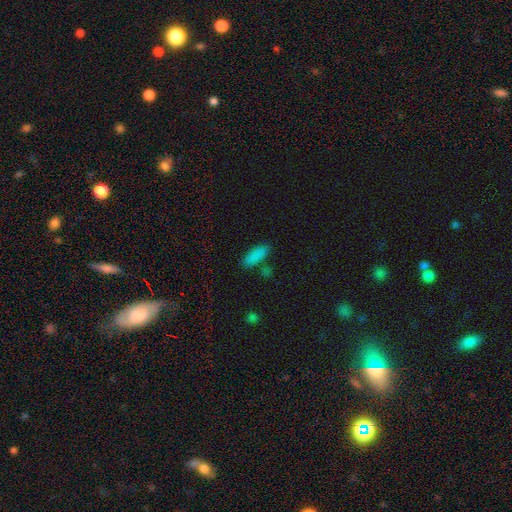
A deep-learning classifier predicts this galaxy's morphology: smooth_or_featured: smooth (p=0.85) [alt: star or artifact p=0.09]
how_rounded: in between (p=0.61) [alt: cigar-shaped p=0.36]
merging: none (p=0.79) [alt: minor disturbance p=0.11]